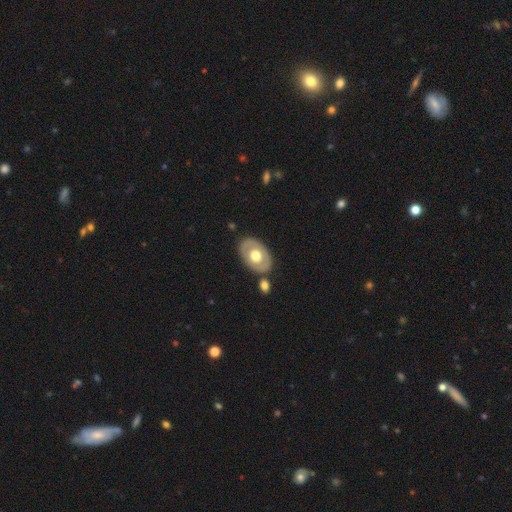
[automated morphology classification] A smooth galaxy with no disk features (49%).

Vote fractions:
- Smooth or featured? smooth: 49% / featured or disk: 46% / star or artifact: 5%
- Merging? none: 76% / minor disturbance: 12% / merger: 8% / major disturbance: 4%